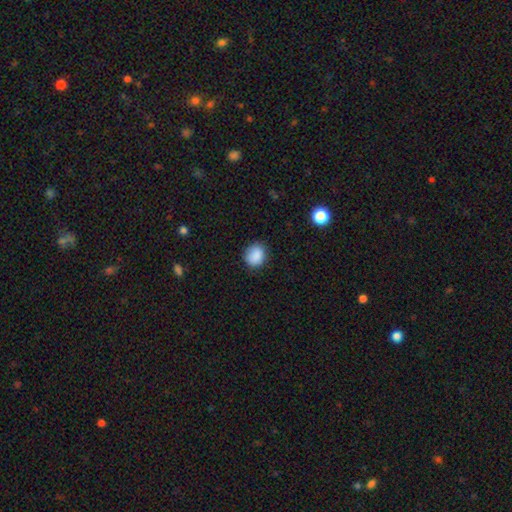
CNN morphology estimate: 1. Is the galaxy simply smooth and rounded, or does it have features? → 87% smooth, 9% star or artifact, 4% featured or disk.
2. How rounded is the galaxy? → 65% round, 34% in between, 1% cigar-shaped.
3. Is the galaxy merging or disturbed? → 80% none, 16% minor disturbance, 3% major disturbance, 1% merger.